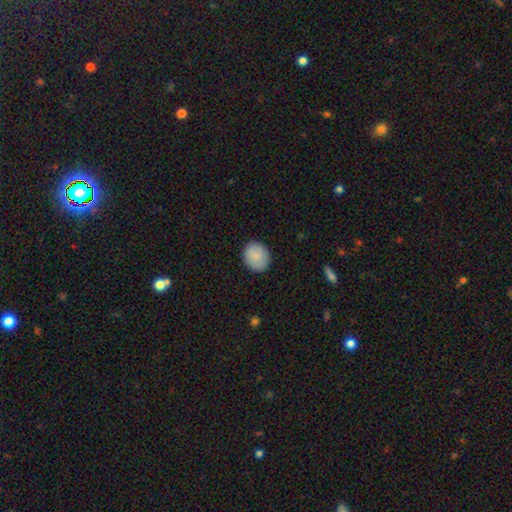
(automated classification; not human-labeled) The model was most divided on "how rounded": round: 68%, in between: 31%, cigar-shaped: 1%. More confident: merging — none (87%); smooth or featured — smooth (86%).